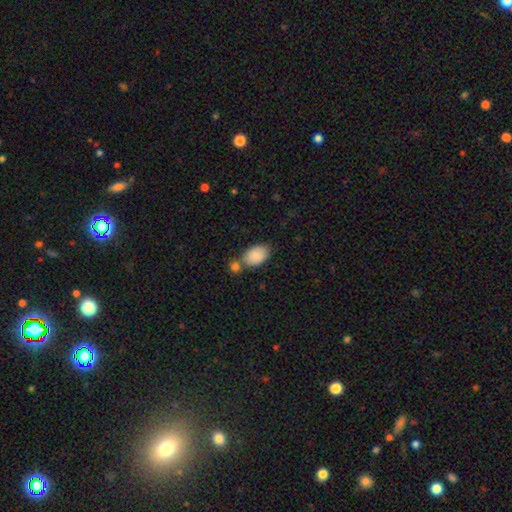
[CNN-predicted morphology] Smooth or featured: smooth — 87% (featured or disk — 7%)
How rounded: in between — 91% (round — 8%)
Merging: none — 59% (merger — 22%)